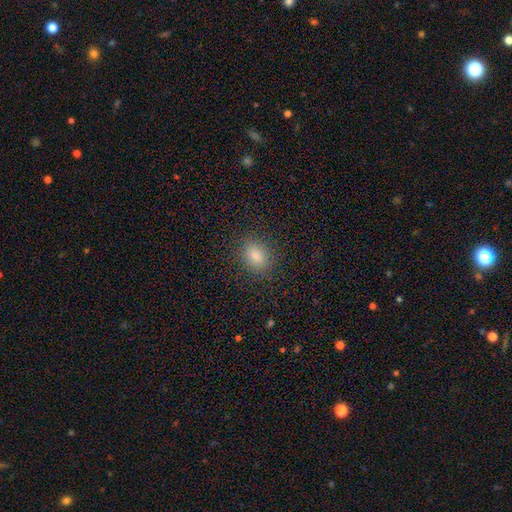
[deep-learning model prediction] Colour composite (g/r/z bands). It shows a smooth galaxy with no disk features (82%) that is in between round and cigar-shaped (60%). Merging: none (88%).